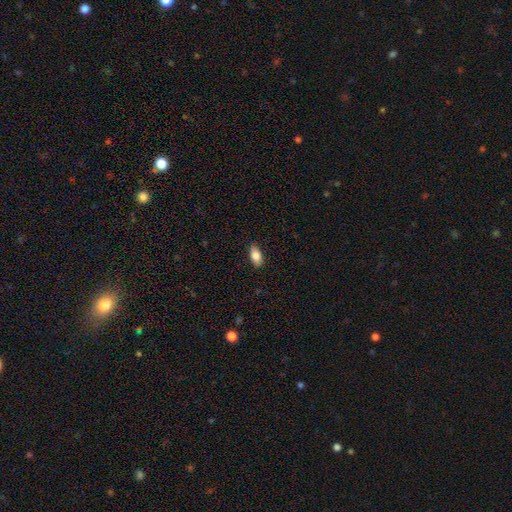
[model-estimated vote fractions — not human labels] Q: Smooth or featured?
A: smooth (83%); runner-up: featured or disk (10%)
Q: How rounded?
A: in between (89%); runner-up: cigar-shaped (8%)
Q: Merging?
A: none (88%); runner-up: minor disturbance (9%)